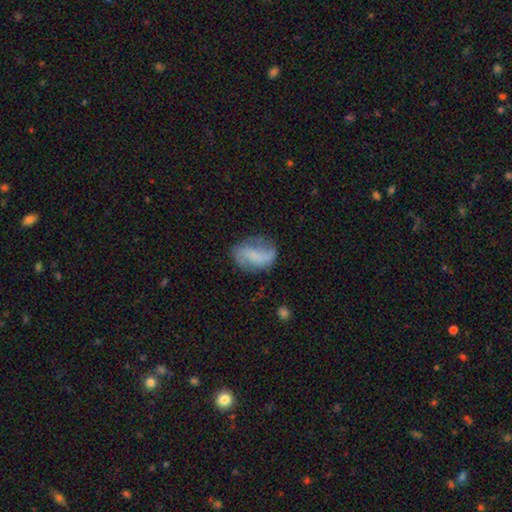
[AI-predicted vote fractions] The model was most divided on "bar": no: 43%, weak: 38%, strong: 19%. More confident: edge-on disk — no (97%); spiral arms — yes (83%); merging — none (61%); smooth or featured — featured or disk (54%); bulge size — none (54%).